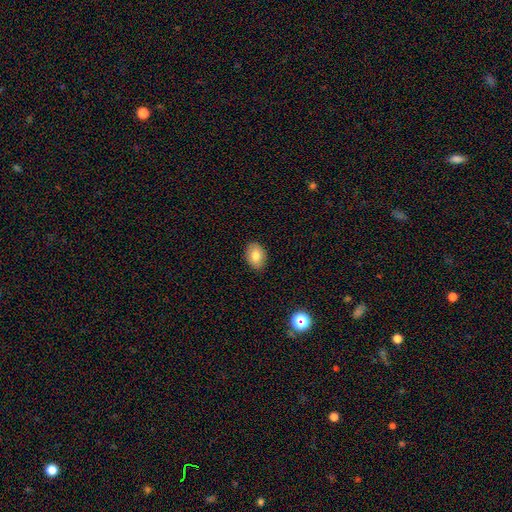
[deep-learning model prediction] This is likely a smooth galaxy (79%). How rounded: likely in between (77%). Merging: clearly none (88%).